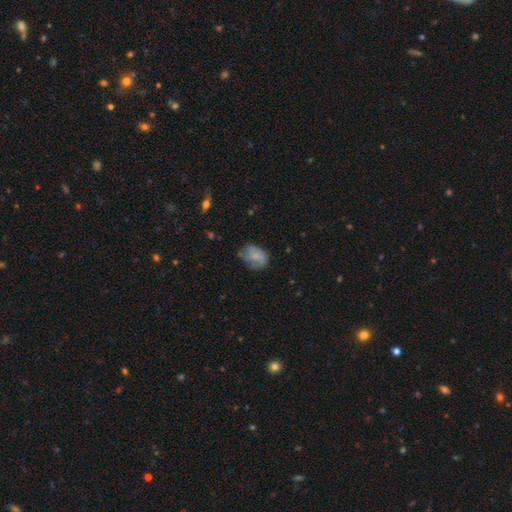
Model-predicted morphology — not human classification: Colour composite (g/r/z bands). It shows a smooth galaxy with no disk features (65%) that is in between round and cigar-shaped (71%). Merging: none (50%).